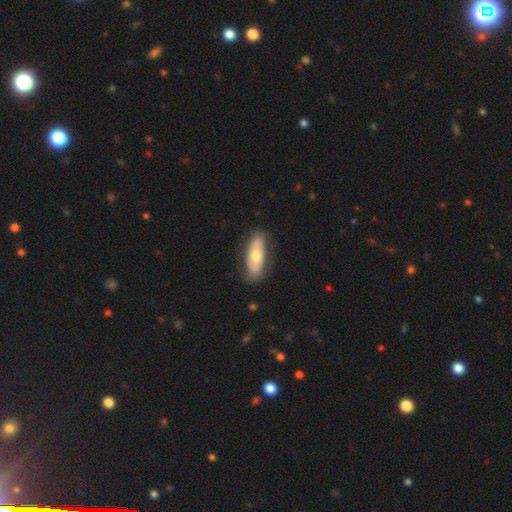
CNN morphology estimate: Q: Smooth or featured?
A: smooth (64%); runner-up: featured or disk (30%)
Q: How rounded?
A: in between (72%); runner-up: cigar-shaped (26%)
Q: Merging?
A: none (79%); runner-up: minor disturbance (16%)